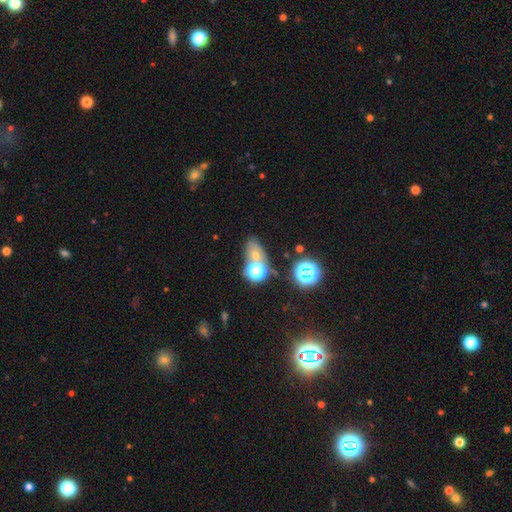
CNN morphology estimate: A smooth galaxy with no disk features (46%). Merging: none (57%).